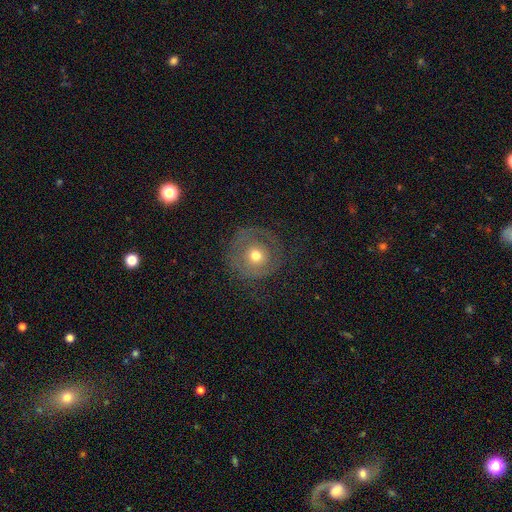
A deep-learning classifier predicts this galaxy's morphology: smooth-or-featured: smooth: 47% | featured or disk: 43% | star or artifact: 10%
  merging: none: 66% | minor disturbance: 17% | major disturbance: 15% | merger: 1%